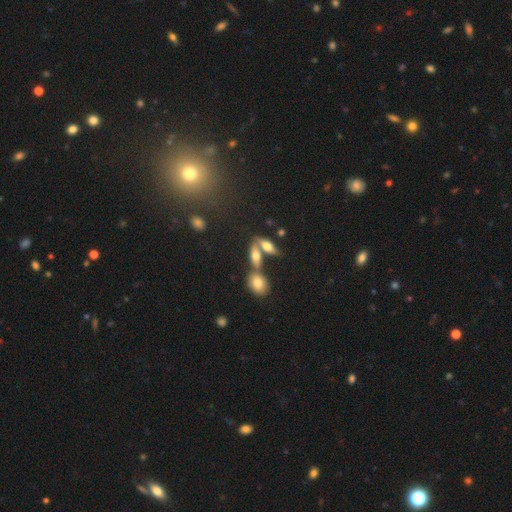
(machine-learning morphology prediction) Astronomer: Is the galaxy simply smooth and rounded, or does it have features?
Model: smooth — 60%.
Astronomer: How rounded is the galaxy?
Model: in between — 72%.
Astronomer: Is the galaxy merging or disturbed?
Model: merger — 45% (runner-up: none, 39%).